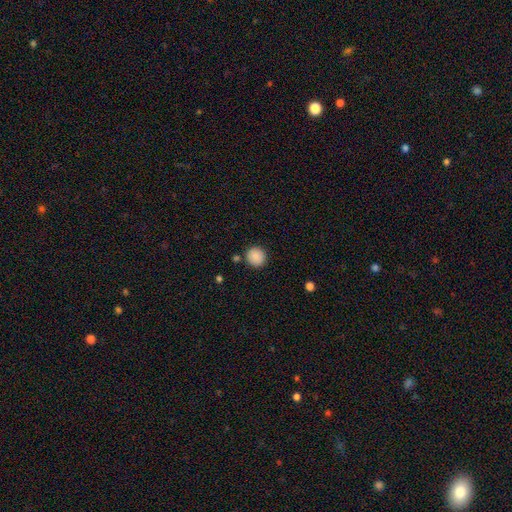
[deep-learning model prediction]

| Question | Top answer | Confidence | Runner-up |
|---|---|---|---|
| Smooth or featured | smooth | 87% | star or artifact (8%) |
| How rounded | round | 92% | in between (7%) |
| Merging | none | 88% | minor disturbance (7%) |